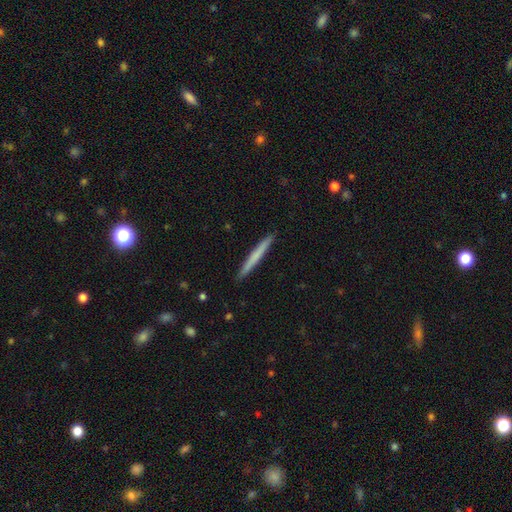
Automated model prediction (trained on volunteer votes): This is likely a smooth galaxy (62%). How rounded: clearly cigar-shaped (97%). Merging: clearly none (93%).